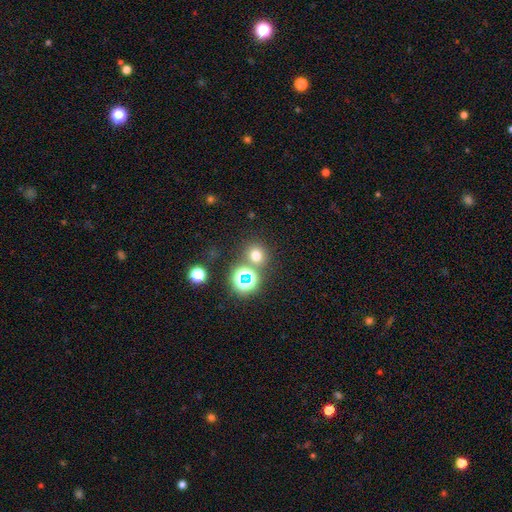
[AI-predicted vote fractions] A smooth galaxy with no disk features (67%) that is round (85%).

Vote fractions:
- Smooth or featured? smooth: 67% / star or artifact: 26% / featured or disk: 7%
- How rounded? round: 85% / in between: 14% / cigar-shaped: 1%
- Merging? none: 75% / merger: 14% / minor disturbance: 8% / major disturbance: 3%